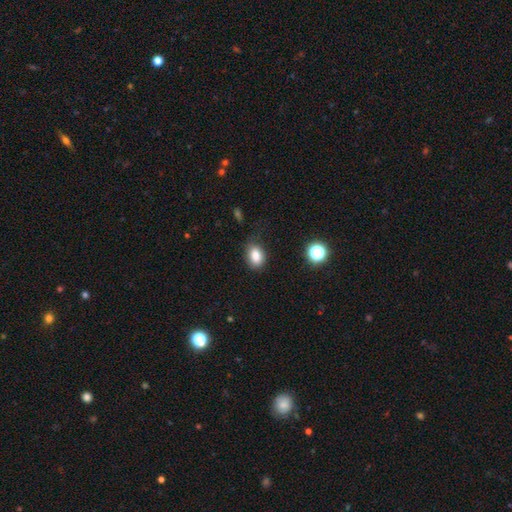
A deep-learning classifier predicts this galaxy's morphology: This is clearly a smooth galaxy (84%). How rounded: likely in between (78%). Merging: likely none (74%).